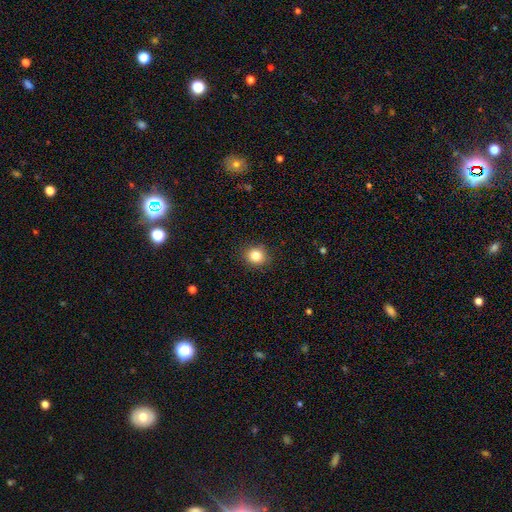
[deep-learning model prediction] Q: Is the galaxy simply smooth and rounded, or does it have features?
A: smooth — 83%.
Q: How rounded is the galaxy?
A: round — 78%.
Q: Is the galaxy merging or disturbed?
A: none — 90%.